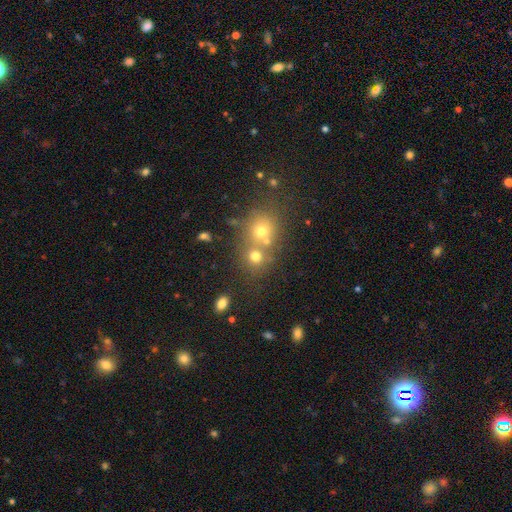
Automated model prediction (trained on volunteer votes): This appears to be a smooth galaxy with no disk features (61%) that is round (76%). Merging: merger (47%).